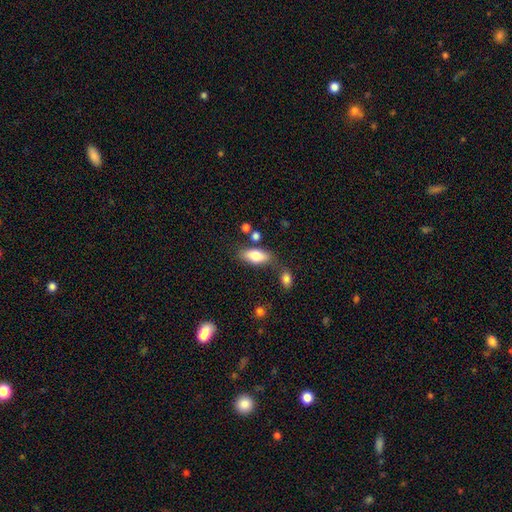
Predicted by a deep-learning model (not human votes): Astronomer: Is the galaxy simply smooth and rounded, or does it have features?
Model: smooth — 78%.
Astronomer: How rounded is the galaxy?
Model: in between — 85%.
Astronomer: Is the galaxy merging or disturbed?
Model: none — 70%.